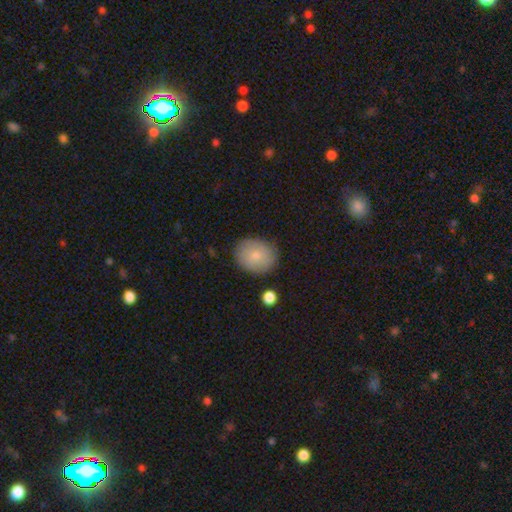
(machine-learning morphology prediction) Q: Smooth or featured?
A: smooth (78%); runner-up: featured or disk (14%)
Q: How rounded?
A: round (61%); runner-up: in between (38%)
Q: Merging?
A: none (83%); runner-up: minor disturbance (12%)